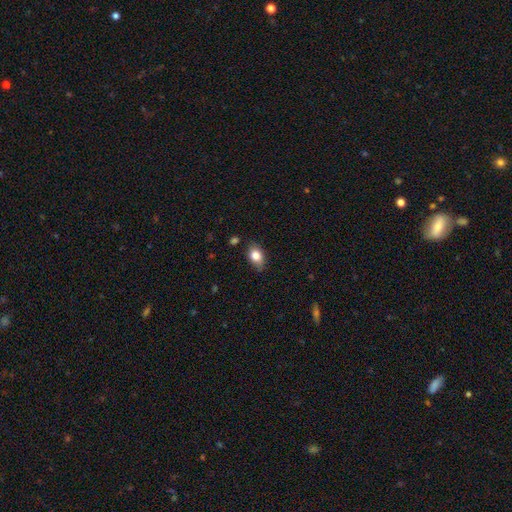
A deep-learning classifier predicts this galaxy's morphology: A smooth galaxy with no disk features (81%) that is in between round and cigar-shaped (82%).

Vote fractions:
- Smooth or featured? smooth: 81% / featured or disk: 10% / star or artifact: 8%
- How rounded? in between: 82% / round: 17% / cigar-shaped: 2%
- Merging? none: 77% / minor disturbance: 19% / major disturbance: 3% / merger: 2%